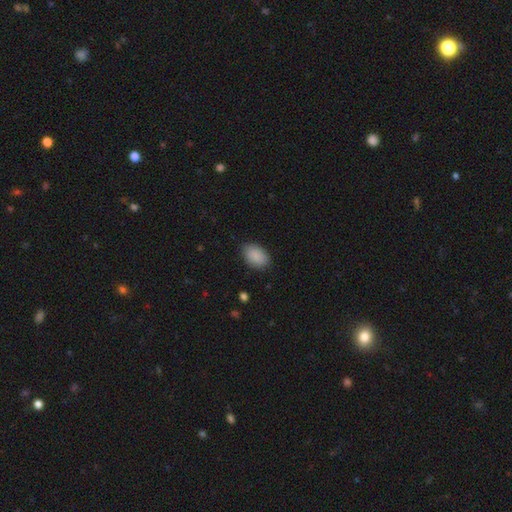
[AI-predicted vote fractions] A smooth galaxy with no disk features (89%) that is in between round and cigar-shaped (88%).

Vote fractions:
- Smooth or featured? smooth: 89% / star or artifact: 7% / featured or disk: 4%
- How rounded? in between: 88% / round: 11% / cigar-shaped: 1%
- Merging? none: 83% / minor disturbance: 13% / major disturbance: 3% / merger: 1%